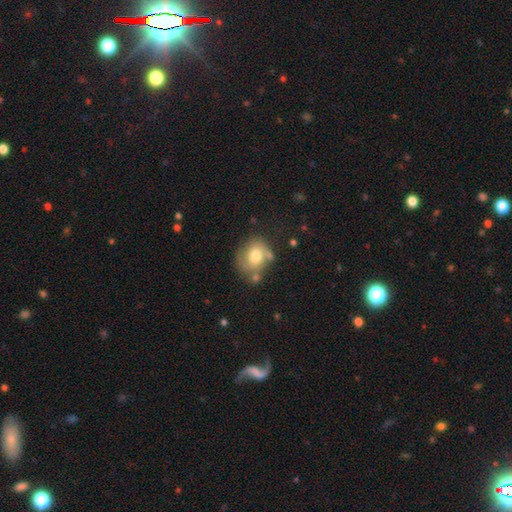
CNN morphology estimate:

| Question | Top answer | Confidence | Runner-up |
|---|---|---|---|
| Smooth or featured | smooth | 59% | featured or disk (33%) |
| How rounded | round | 66% | in between (33%) |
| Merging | none | 55% | minor disturbance (23%) |